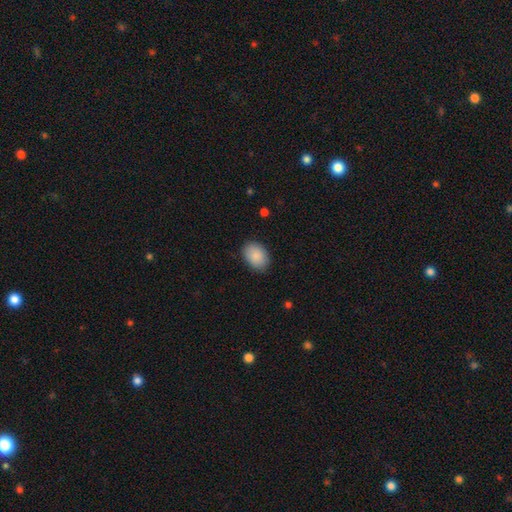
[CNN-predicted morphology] Smooth or featured? Predicted: smooth (p=0.89). How rounded? Predicted: in between (p=0.78). Merging? Predicted: none (p=0.86).